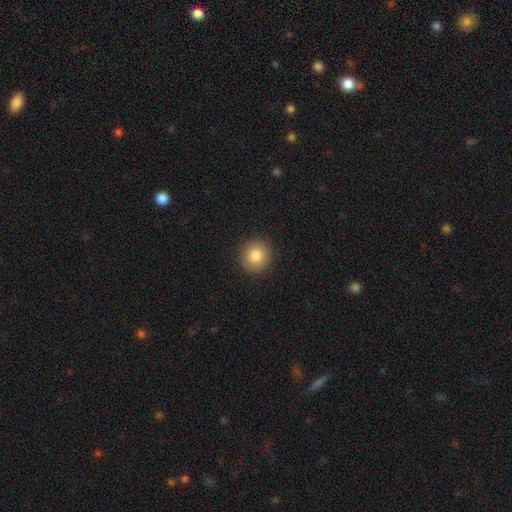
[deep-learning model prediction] smooth_or_featured: smooth (p=0.83) [alt: star or artifact p=0.09]
how_rounded: round (p=0.92) [alt: in between p=0.07]
merging: none (p=0.92) [alt: minor disturbance p=0.06]